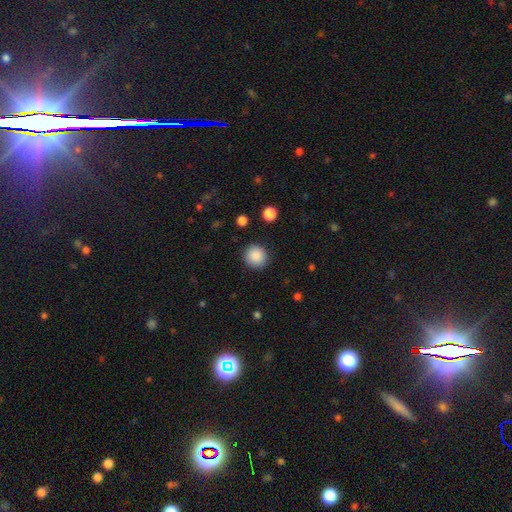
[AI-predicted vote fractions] Smooth or featured: smooth — 89% (star or artifact — 8%)
How rounded: round — 93% (in between — 6%)
Merging: none — 90% (minor disturbance — 6%)